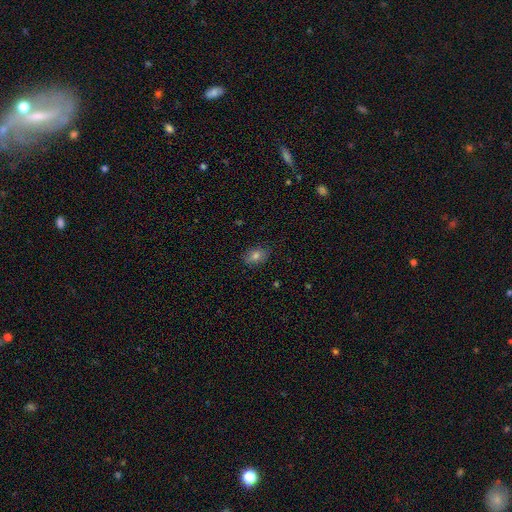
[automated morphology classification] A smooth galaxy with no disk features (78%) that is in between round and cigar-shaped (78%). Merging: none (84%).